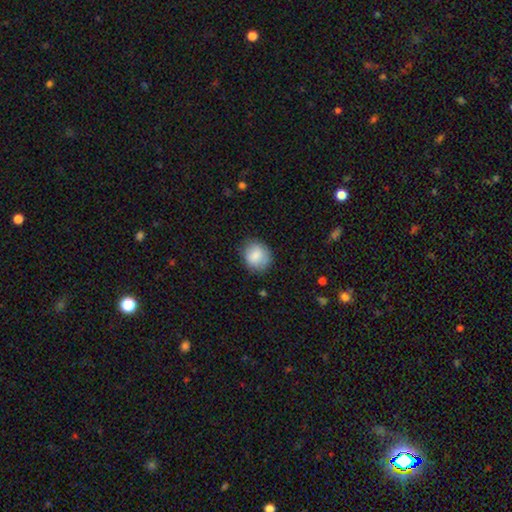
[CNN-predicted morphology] smooth-or-featured: smooth: 84% | featured or disk: 9% | star or artifact: 7%
  how-rounded: round: 73% | in between: 26% | cigar-shaped: 1%
  merging: none: 80% | minor disturbance: 15% | major disturbance: 4% | merger: 1%